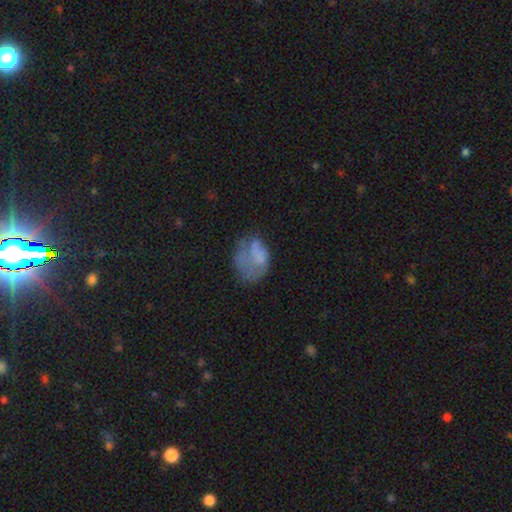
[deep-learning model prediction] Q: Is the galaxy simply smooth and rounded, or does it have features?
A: smooth — 54%.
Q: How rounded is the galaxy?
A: in between — 70%.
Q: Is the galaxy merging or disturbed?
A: major disturbance — 41%.